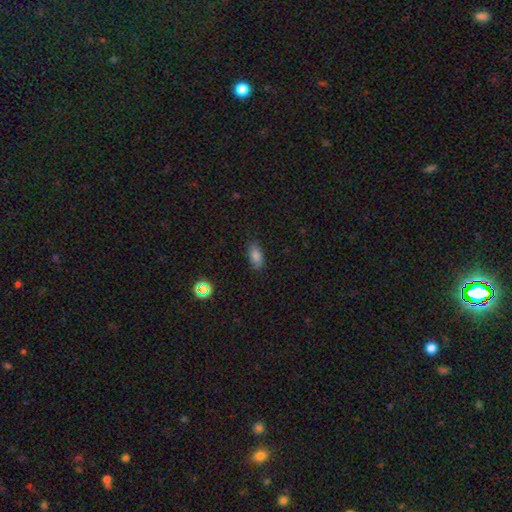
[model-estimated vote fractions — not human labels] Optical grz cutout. It shows a smooth galaxy with no disk features (81%) that is in between round and cigar-shaped (88%). Merging: none (83%).